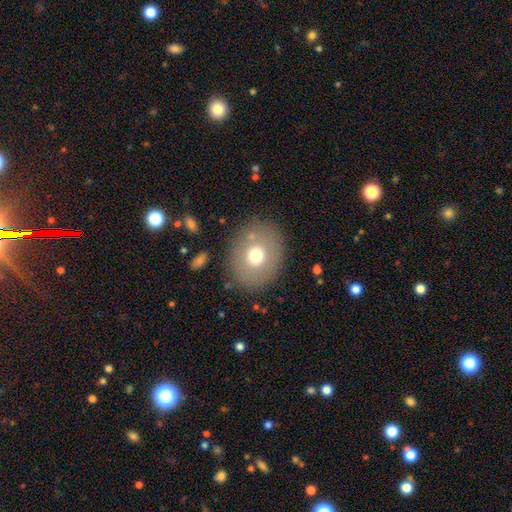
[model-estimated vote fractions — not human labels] smooth_or_featured: smooth (p=0.66) [alt: featured or disk p=0.24]
how_rounded: round (p=0.55) [alt: in between p=0.44]
merging: none (p=0.83) [alt: minor disturbance p=0.10]